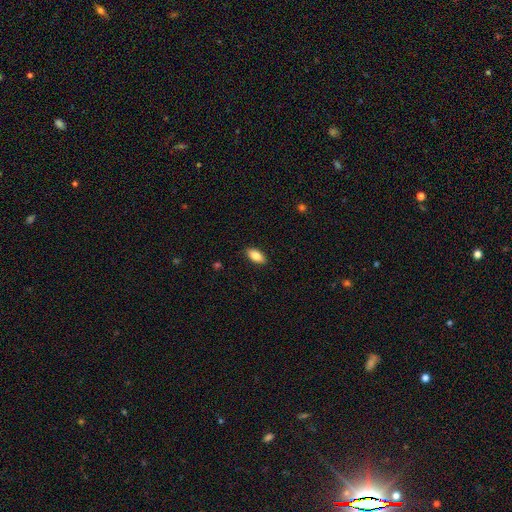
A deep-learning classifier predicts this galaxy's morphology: Smooth or featured? Predicted: smooth (p=0.84). How rounded? Predicted: in between (p=0.90). Merging? Predicted: none (p=0.88).